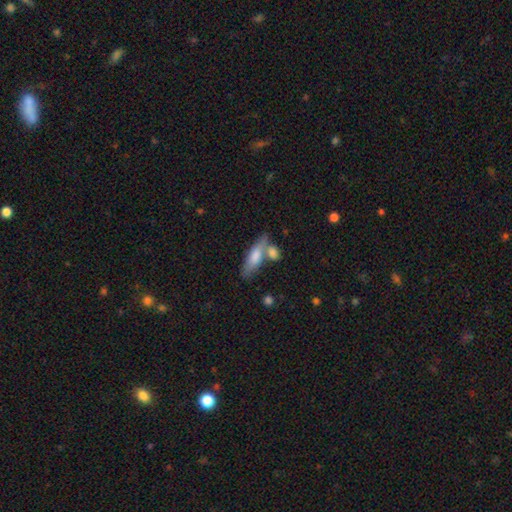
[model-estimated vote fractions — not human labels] The model was most divided on "how rounded": in between: 49%, cigar-shaped: 48%, round: 3%. More confident: smooth or featured — smooth (69%); merging — none (51%).